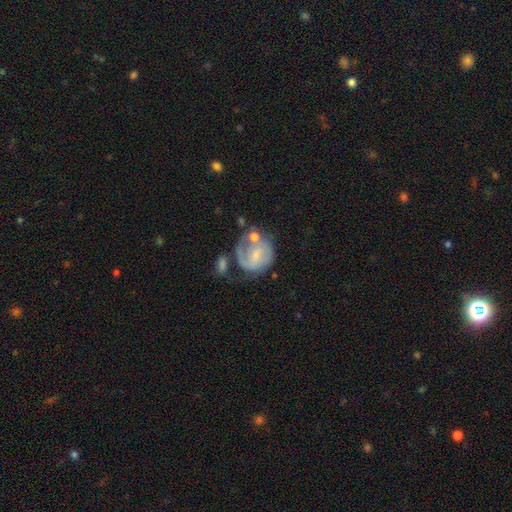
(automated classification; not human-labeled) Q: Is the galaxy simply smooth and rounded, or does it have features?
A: featured or disk — 71%.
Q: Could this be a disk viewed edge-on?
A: no — 98%.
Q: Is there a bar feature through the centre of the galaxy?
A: weak — 47%.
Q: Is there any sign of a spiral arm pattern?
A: yes — 84%.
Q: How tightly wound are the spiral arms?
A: tight — 41%.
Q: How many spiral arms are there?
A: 2 — 46%.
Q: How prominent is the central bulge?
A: small — 65%.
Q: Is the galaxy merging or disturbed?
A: none — 40%.